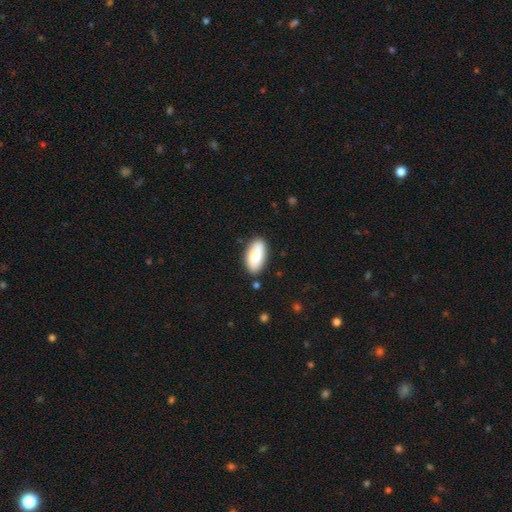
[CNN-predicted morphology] type=smooth (81%); roundness=in between (93%); merging=none (82%).